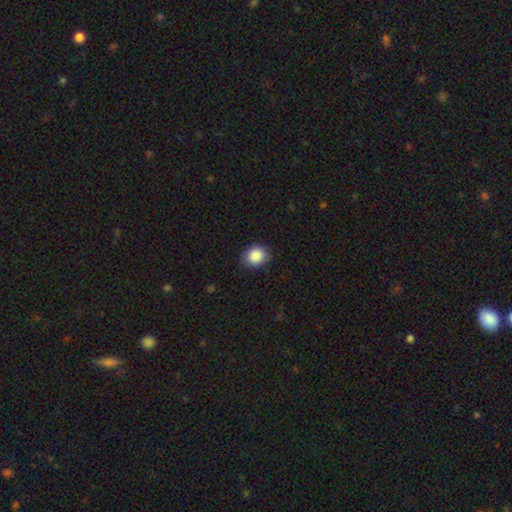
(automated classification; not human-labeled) smooth_or_featured: smooth (p=0.89) [alt: star or artifact p=0.08]
how_rounded: round (p=0.63) [alt: in between p=0.36]
merging: none (p=0.85) [alt: minor disturbance p=0.12]